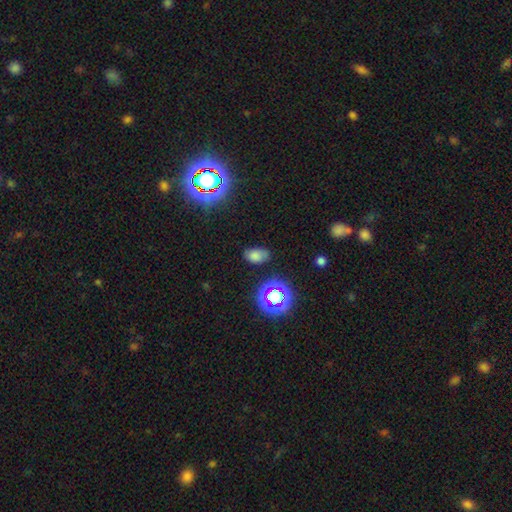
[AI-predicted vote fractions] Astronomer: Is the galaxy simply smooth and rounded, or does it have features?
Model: smooth — 70%.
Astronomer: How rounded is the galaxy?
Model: in between — 87%.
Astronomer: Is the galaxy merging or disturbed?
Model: none — 76%.